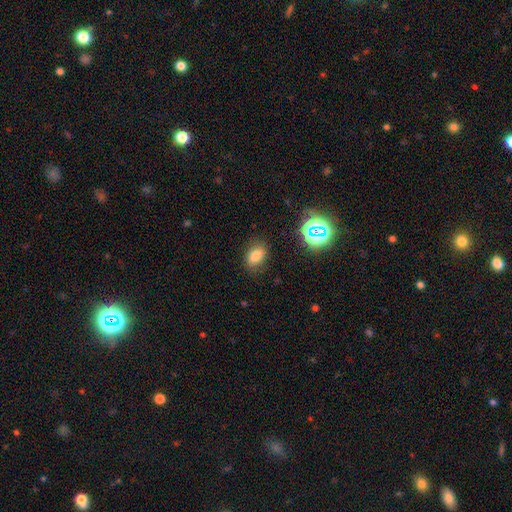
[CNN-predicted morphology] Overall: smooth (75%). How rounded: in between (79%). Merging: none (80%).